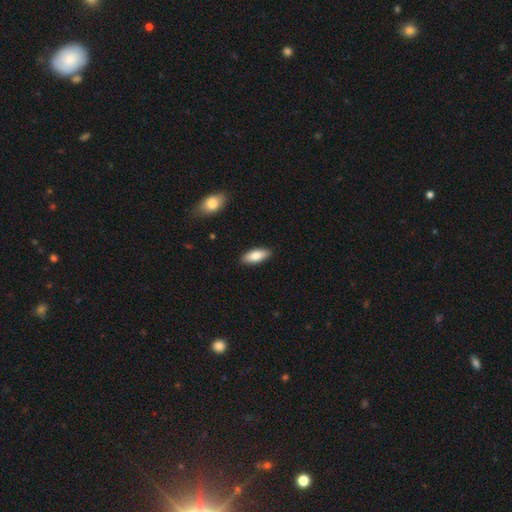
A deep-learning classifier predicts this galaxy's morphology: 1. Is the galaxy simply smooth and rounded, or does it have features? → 79% smooth, 15% featured or disk, 6% star or artifact.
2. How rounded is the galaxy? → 78% in between, 20% cigar-shaped, 2% round.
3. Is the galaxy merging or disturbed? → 89% none, 8% minor disturbance, 2% major disturbance, 1% merger.